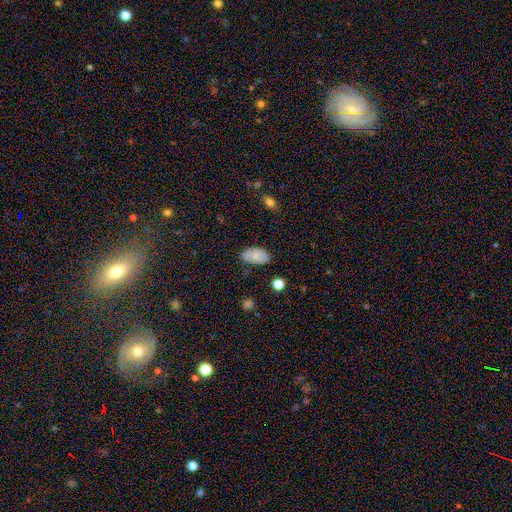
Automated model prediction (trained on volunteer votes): Overall: smooth (81%). How rounded: in between (94%). Merging: none (79%).